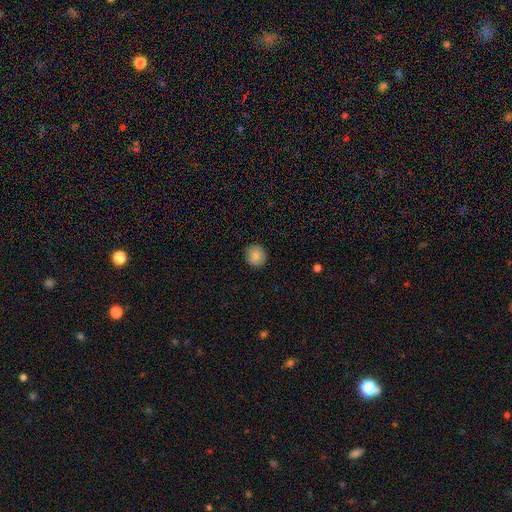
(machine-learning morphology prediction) type=smooth (86%); roundness=round (91%); merging=none (90%).